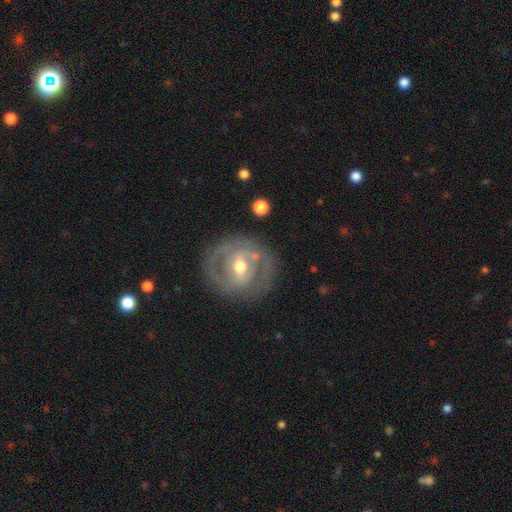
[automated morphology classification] A featured or disk galaxy (77%) with a weak bar (43%), 2 (69%) tight (51%) spiral arms (78%) and a moderate central bulge (59%). Merging: none (80%).